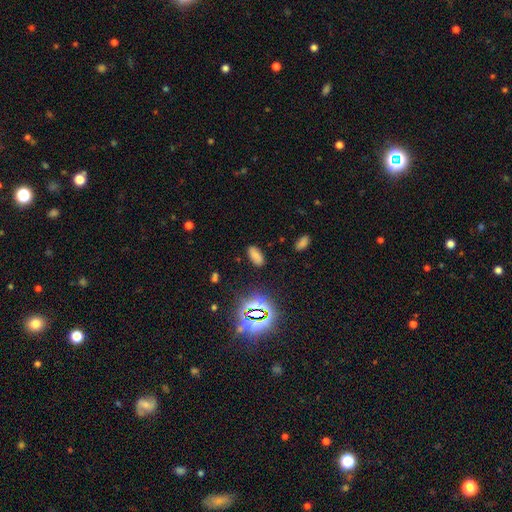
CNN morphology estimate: This appears to be a smooth galaxy with no disk features (67%) that is in between round and cigar-shaped (91%). Merging: none (85%).